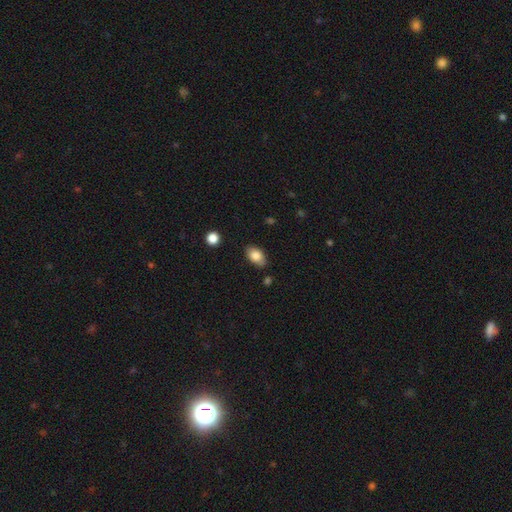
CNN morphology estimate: Overall: smooth (83%). How rounded: in between (90%). Merging: none (80%).